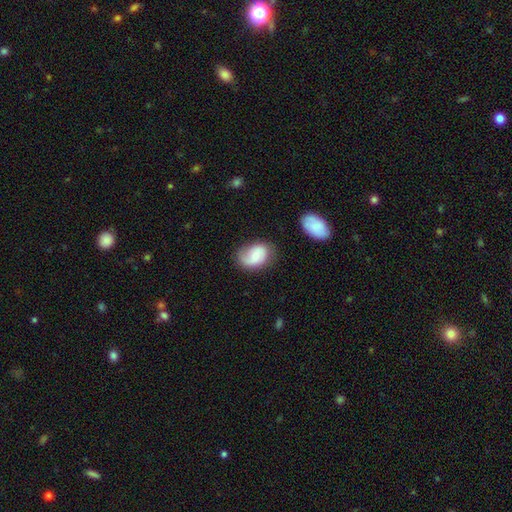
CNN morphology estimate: Smooth or featured? featured or disk (48%)
Merging? none (66%)